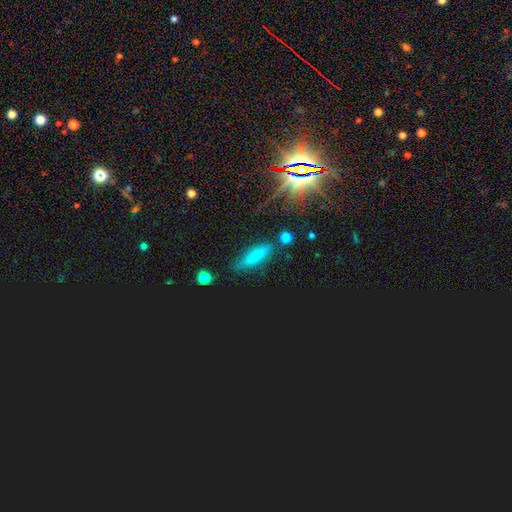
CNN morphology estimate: The model was most divided on "how rounded": cigar-shaped: 70%, in between: 27%, round: 3%. More confident: merging — none (77%); smooth or featured — smooth (71%).